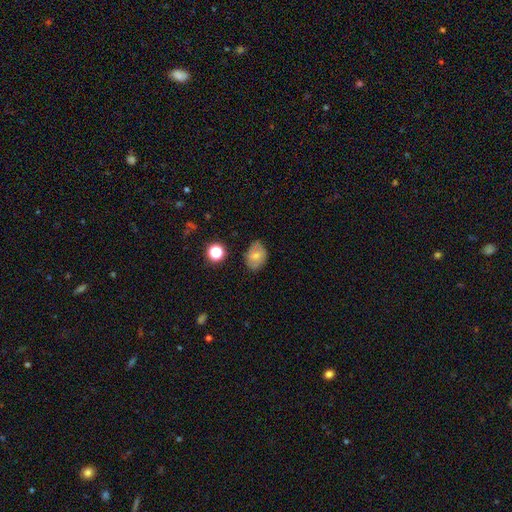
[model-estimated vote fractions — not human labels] This appears to be a smooth galaxy with no disk features (71%) that is in between round and cigar-shaped (70%). Merging: none (74%).